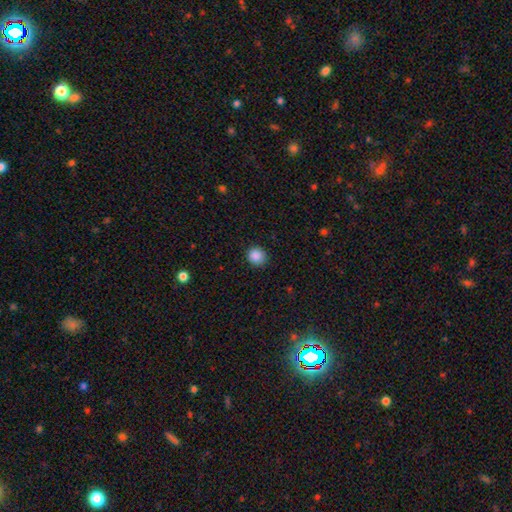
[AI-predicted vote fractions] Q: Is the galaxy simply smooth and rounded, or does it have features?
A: smooth — 88%.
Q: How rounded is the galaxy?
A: round — 86%.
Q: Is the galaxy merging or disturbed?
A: none — 88%.